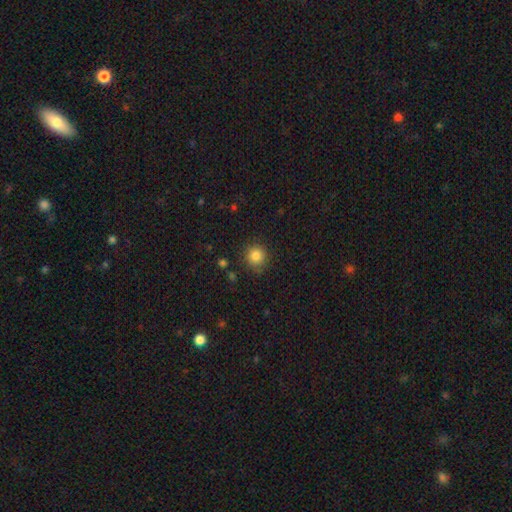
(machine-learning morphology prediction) smooth-or-featured: smooth: 84% | star or artifact: 11% | featured or disk: 5%
  how-rounded: round: 91% | in between: 8% | cigar-shaped: 1%
  merging: none: 83% | minor disturbance: 12% | major disturbance: 3% | merger: 2%